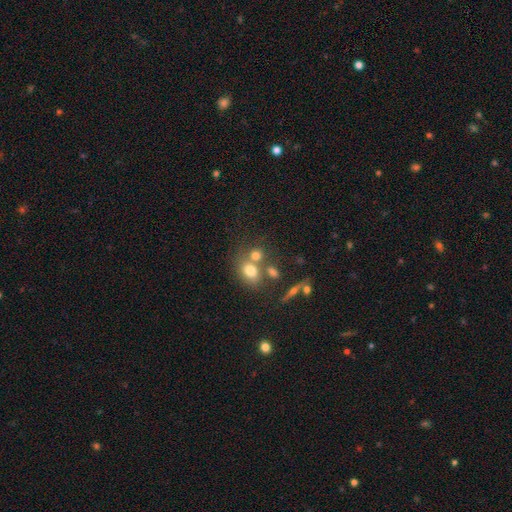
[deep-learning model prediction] A smooth galaxy with no disk features (71%) that is round (58%).

Vote fractions:
- Smooth or featured? smooth: 71% / featured or disk: 15% / star or artifact: 14%
- How rounded? round: 58% / in between: 40% / cigar-shaped: 2%
- Merging? none: 45% / merger: 39% / minor disturbance: 10% / major disturbance: 5%